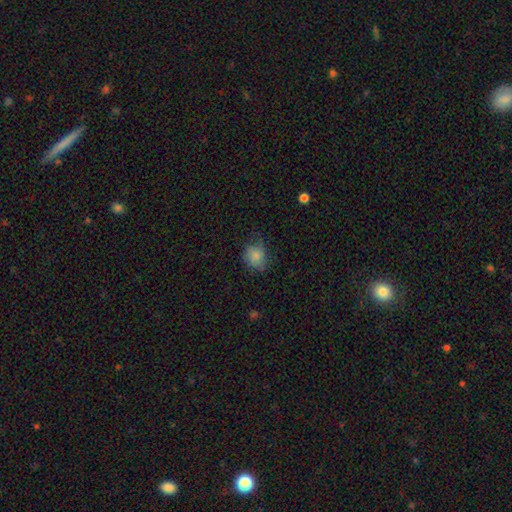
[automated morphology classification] A smooth galaxy with no disk features (80%) that is round (64%).

Vote fractions:
- Smooth or featured? smooth: 80% / featured or disk: 11% / star or artifact: 9%
- How rounded? round: 64% / in between: 35% / cigar-shaped: 1%
- Merging? none: 62% / minor disturbance: 27% / major disturbance: 9% / merger: 1%